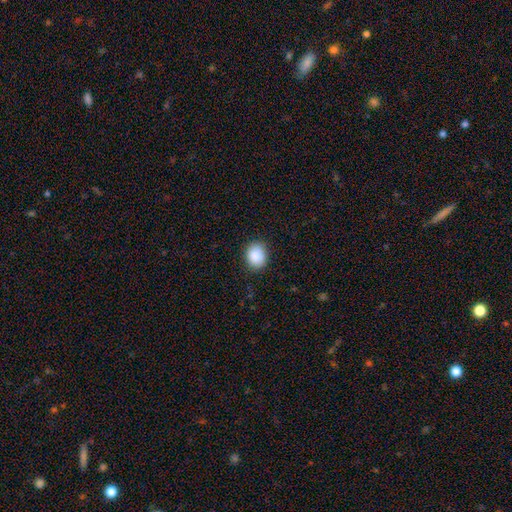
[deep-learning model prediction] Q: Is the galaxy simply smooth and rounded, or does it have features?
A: smooth — 90%.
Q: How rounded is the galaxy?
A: in between — 55%.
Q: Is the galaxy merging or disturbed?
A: none — 87%.